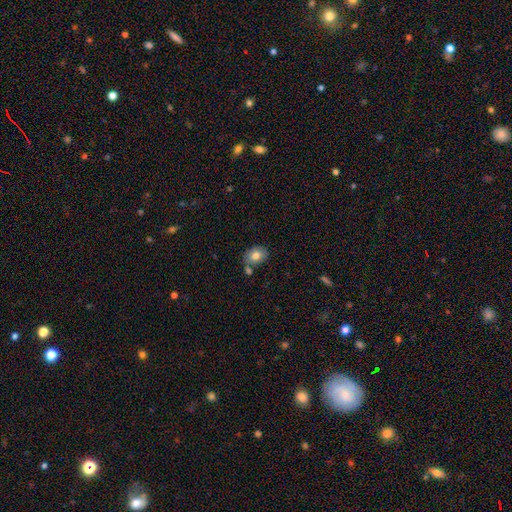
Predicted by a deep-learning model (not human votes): A smooth galaxy with no disk features (76%) that is in between round and cigar-shaped (67%).

Vote fractions:
- Smooth or featured? smooth: 76% / featured or disk: 16% / star or artifact: 8%
- How rounded? in between: 67% / round: 32% / cigar-shaped: 1%
- Merging? none: 64% / merger: 16% / minor disturbance: 16% / major disturbance: 4%